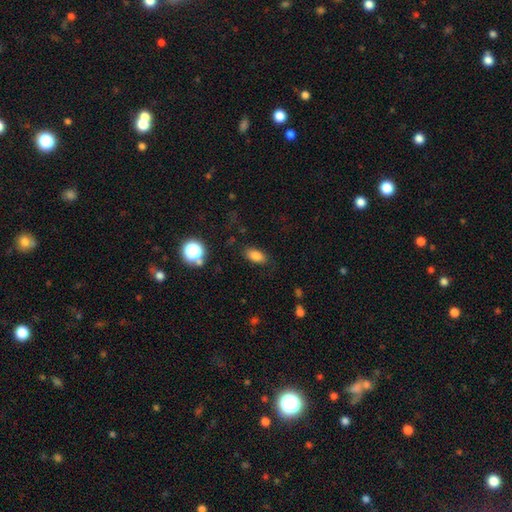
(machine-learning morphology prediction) This appears to be a smooth galaxy with no disk features (81%) that is in between round and cigar-shaped (88%). Merging: none (82%).